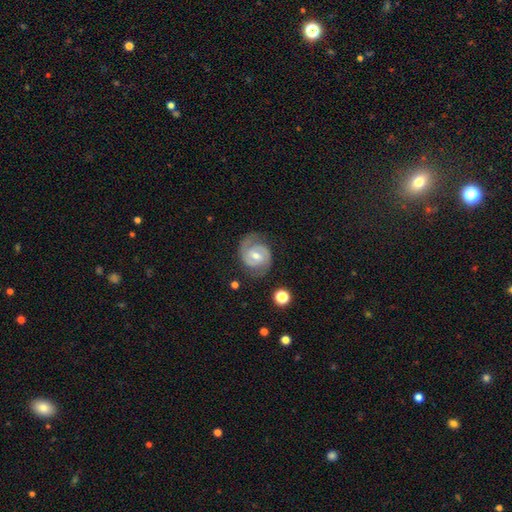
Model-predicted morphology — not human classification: This appears to be a featured or disk galaxy (85%) with a weak bar (53%), 2 (89%) tight (47%) spiral arms (97%) and a moderate central bulge (54%). Merging: none (75%).